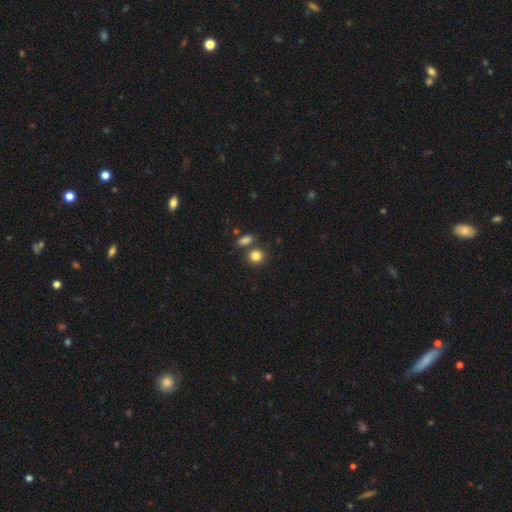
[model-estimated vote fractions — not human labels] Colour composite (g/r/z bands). It shows a smooth galaxy with no disk features (84%) that is round (79%). Merging: none (70%).